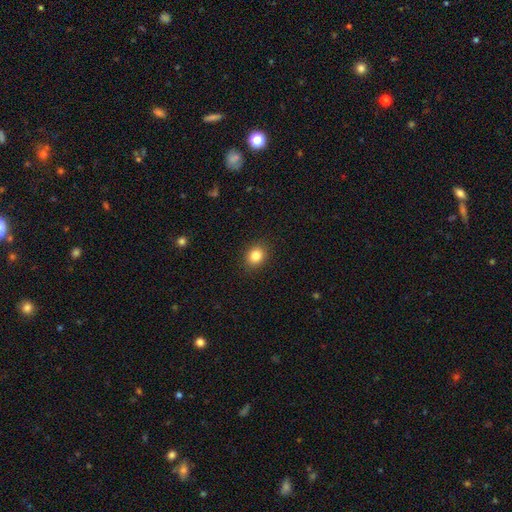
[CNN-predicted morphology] Overall: smooth (84%). How rounded: round (59%; in between 40%). Merging: none (90%).